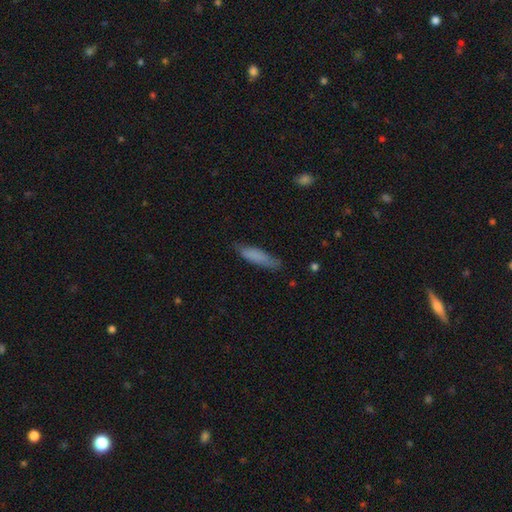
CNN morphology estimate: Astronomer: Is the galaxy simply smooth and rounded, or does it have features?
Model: smooth — 80%.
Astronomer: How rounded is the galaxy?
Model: cigar-shaped — 75%.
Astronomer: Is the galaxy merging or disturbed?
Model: none — 75%.